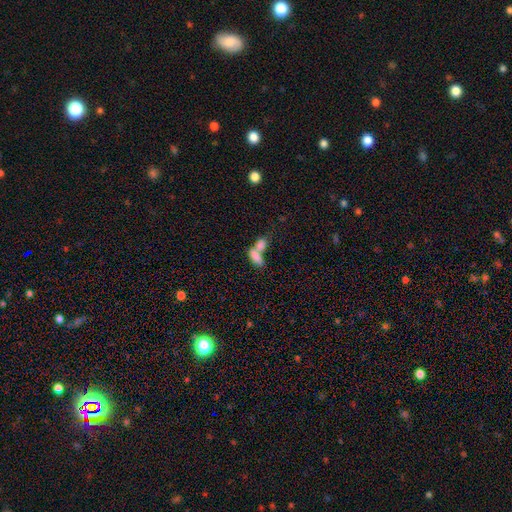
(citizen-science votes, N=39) smooth_or_featured: smooth (p=0.87) [alt: star or artifact p=0.08]
how_rounded: in between (p=0.88) [alt: cigar-shaped p=0.09]
merging: merger (p=0.67) [alt: none p=0.22]